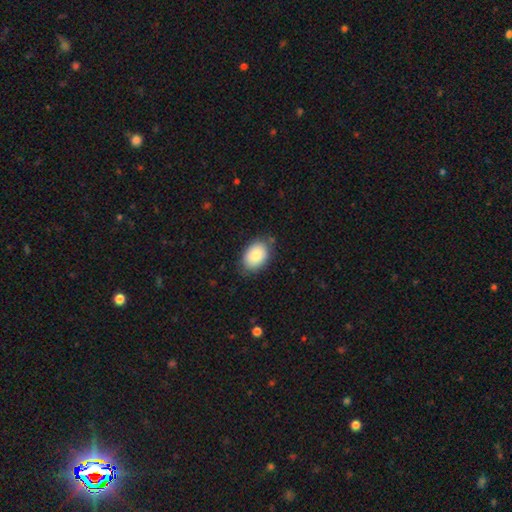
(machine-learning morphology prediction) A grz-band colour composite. It shows a smooth galaxy with no disk features (86%) that is in between round and cigar-shaped (82%). Merging: none (80%).